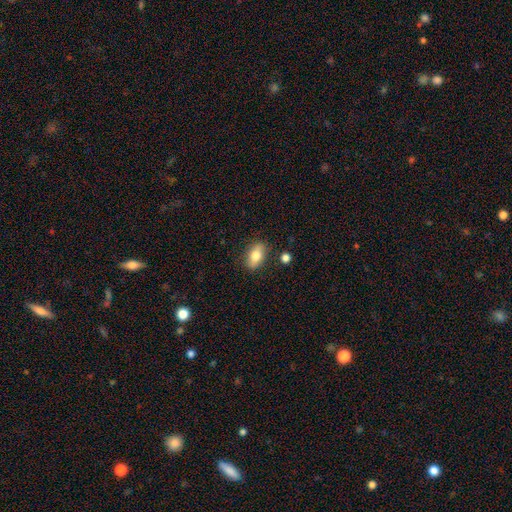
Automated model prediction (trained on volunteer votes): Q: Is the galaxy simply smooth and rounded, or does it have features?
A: smooth — 72%.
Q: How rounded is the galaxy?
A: in between — 83%.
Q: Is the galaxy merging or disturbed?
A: none — 82%.